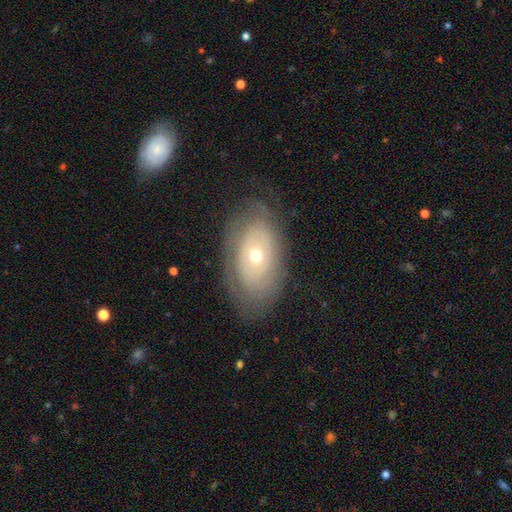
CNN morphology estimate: type=featured or disk (58%); edge-on=no (91%); bar=no (90%); spiral arms=no (59%); bulge=moderate (51%); merging=none (75%).